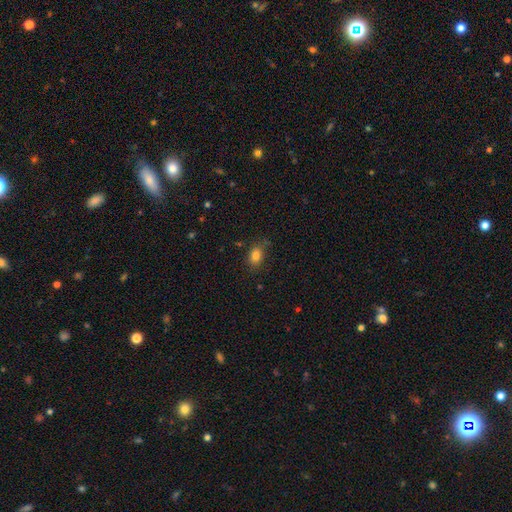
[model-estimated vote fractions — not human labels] Q: Smooth or featured?
A: smooth (82%); runner-up: star or artifact (11%)
Q: How rounded?
A: in between (76%); runner-up: round (23%)
Q: Merging?
A: none (79%); runner-up: minor disturbance (15%)